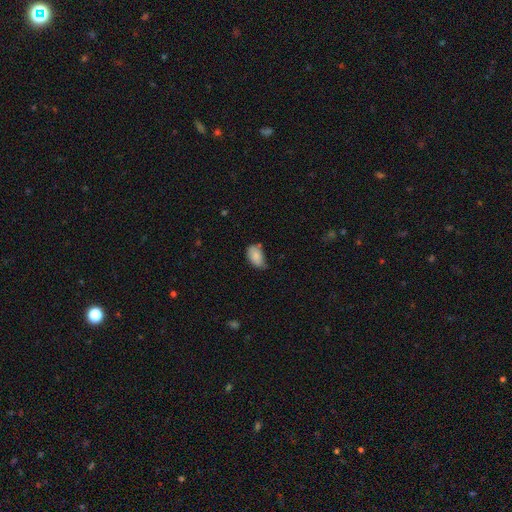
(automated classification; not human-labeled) Smooth or featured? smooth (85%)
How rounded? in between (92%)
Merging? none (52%)